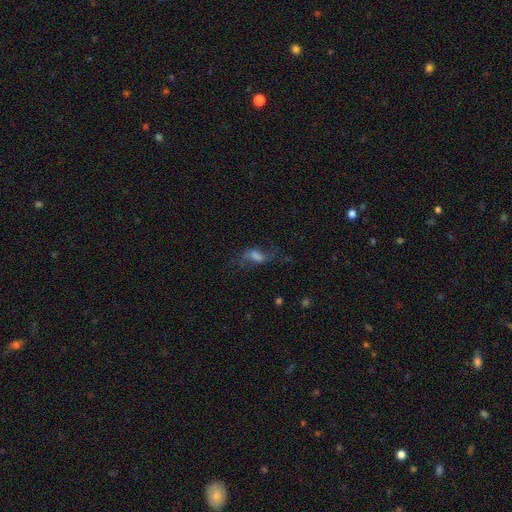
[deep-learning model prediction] Smooth or featured: featured or disk — 53% (smooth — 31%)
Edge-on disk: no — 89% (yes — 11%)
Merging: none — 53% (major disturbance — 25%)